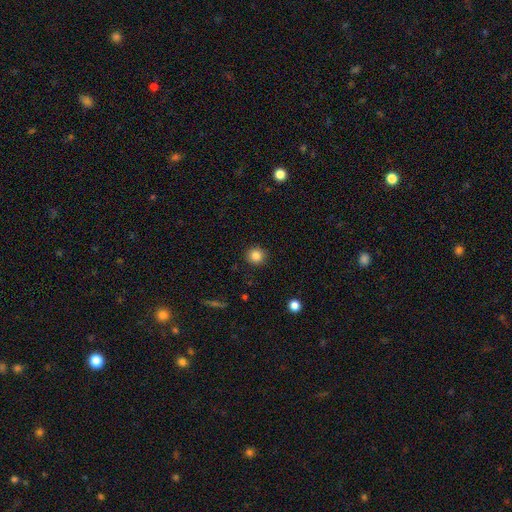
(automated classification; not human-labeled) Morphology: type=smooth (85%); roundness=round (93%); merging=none (91%).